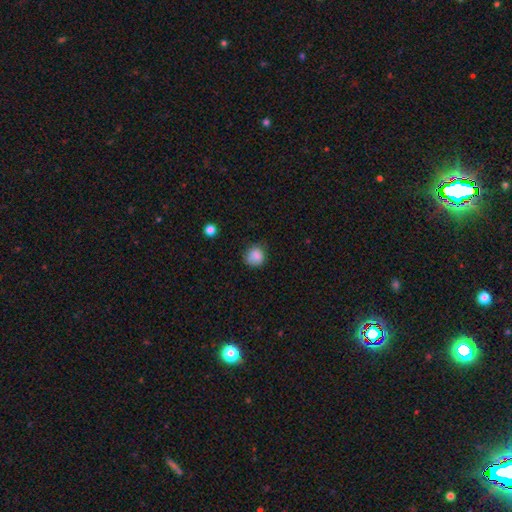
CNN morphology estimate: smooth-or-featured: smooth: 85% | star or artifact: 10% | featured or disk: 6%
  how-rounded: round: 77% | in between: 22% | cigar-shaped: 1%
  merging: none: 68% | minor disturbance: 25% | major disturbance: 6% | merger: 2%